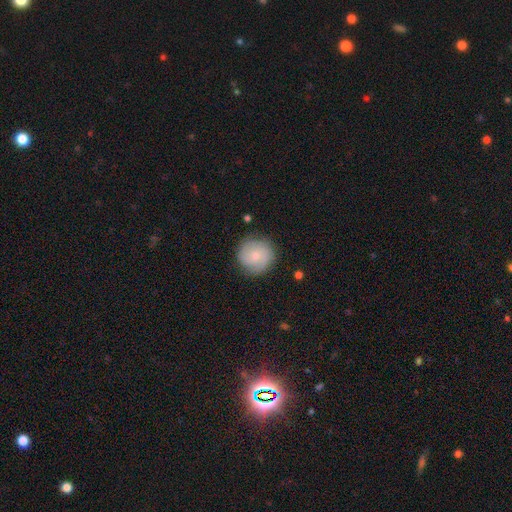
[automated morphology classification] Smooth or featured?
  - smooth: 47% *
  - featured or disk: 46%
  - star or artifact: 7%
Merging?
  - none: 82% *
  - minor disturbance: 13%
  - major disturbance: 4%
  - merger: 1%